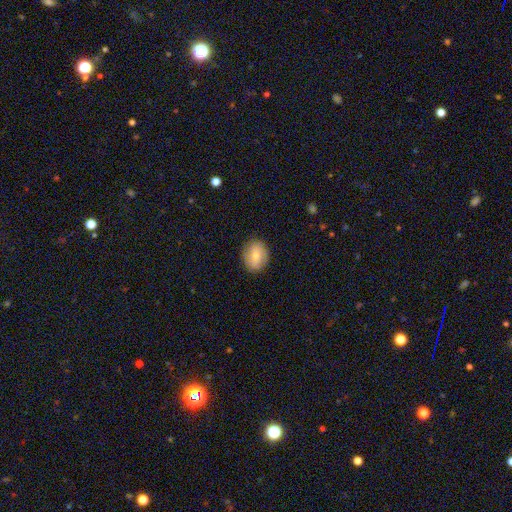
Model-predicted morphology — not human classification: Q: Smooth or featured?
A: smooth (76%); runner-up: featured or disk (16%)
Q: How rounded?
A: in between (53%); runner-up: round (45%)
Q: Merging?
A: none (86%); runner-up: minor disturbance (10%)